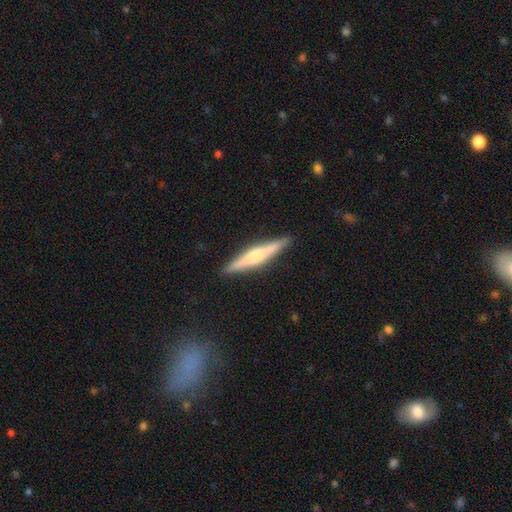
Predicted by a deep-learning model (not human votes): A featured or disk galaxy (58%) viewed edge-on (97%) with a rounded central bulge (69%).

Vote fractions:
- Smooth or featured? featured or disk: 58% / smooth: 36% / star or artifact: 6%
- Edge-on disk? yes: 97% / no: 3%
- Edge-on bulge? rounded: 69% / boxy: 18% / none: 13%
- Merging? none: 90% / minor disturbance: 7% / major disturbance: 2% / merger: 1%